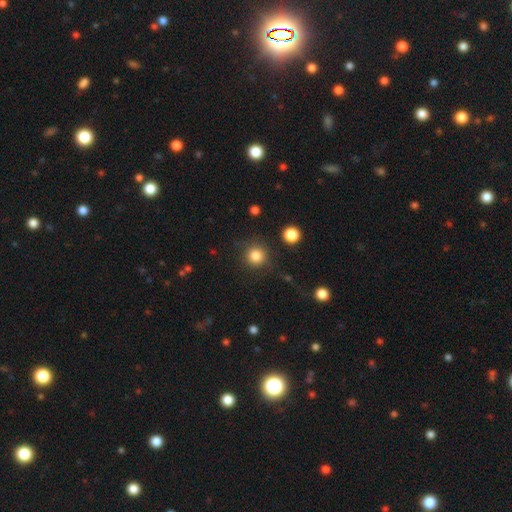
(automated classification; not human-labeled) Q: Smooth or featured?
A: smooth (84%); runner-up: star or artifact (12%)
Q: How rounded?
A: round (94%); runner-up: in between (5%)
Q: Merging?
A: none (84%); runner-up: minor disturbance (9%)